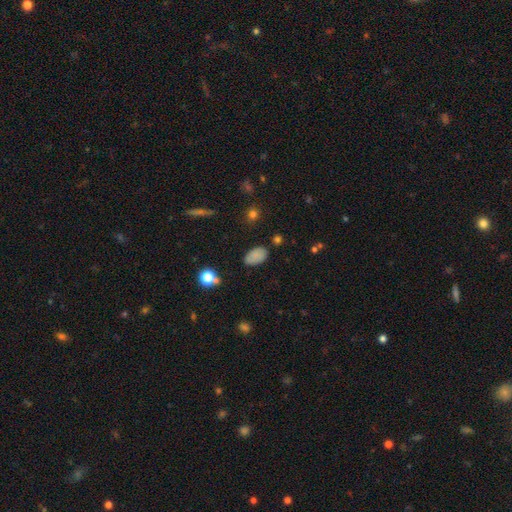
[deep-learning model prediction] smooth 81%, star or artifact 12%, featured or disk 7%. Down the decision tree: how rounded — in between (92%); merging — none (78%).